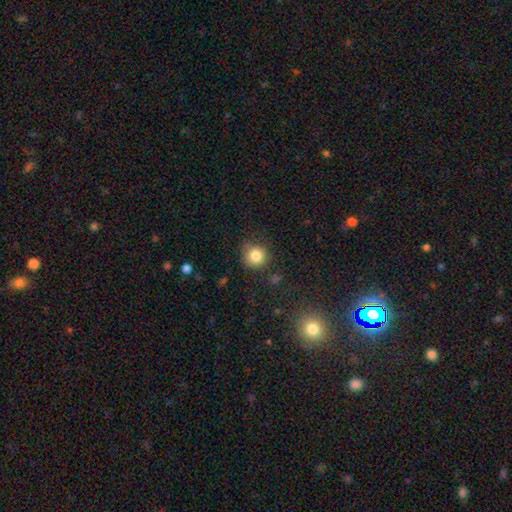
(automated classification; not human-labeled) Morphology: type=smooth (82%); roundness=round (91%); merging=none (79%).